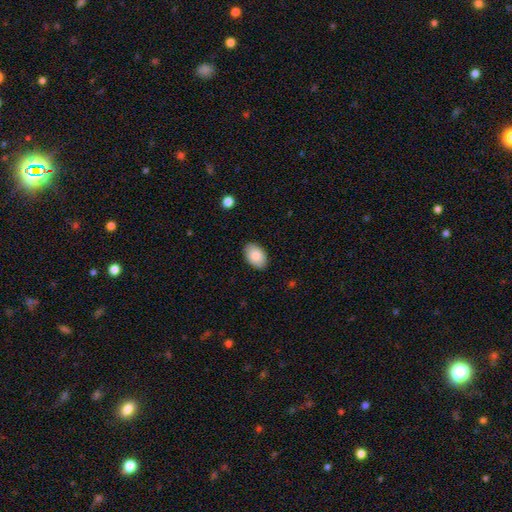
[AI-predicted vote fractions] Overall: smooth (88%). How rounded: in between (91%). Merging: none (88%).